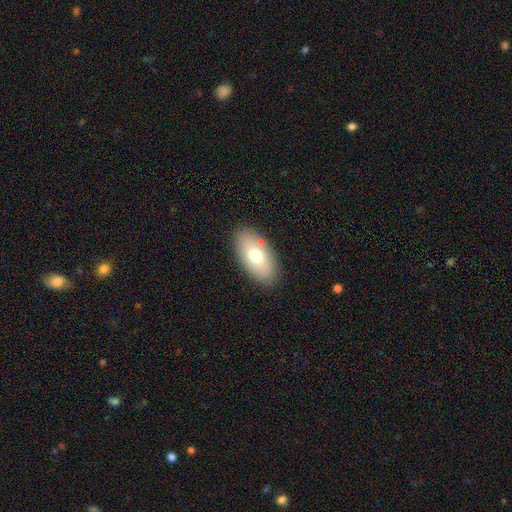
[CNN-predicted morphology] This appears to be a smooth galaxy with no disk features (69%) that is in between round and cigar-shaped (93%). Merging: none (85%).